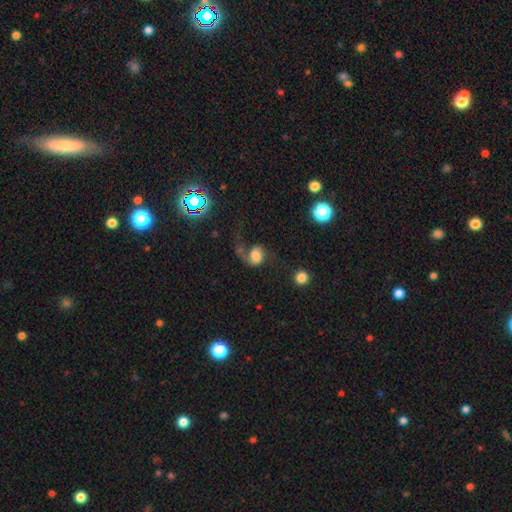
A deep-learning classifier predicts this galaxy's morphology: A smooth galaxy with no disk features (44%, tied with featured or disk).

Vote fractions:
- Smooth or featured? smooth: 44% (tied) / featured or disk: 44% (tied) / star or artifact: 11%
- Merging? major disturbance: 38% / none: 32% / minor disturbance: 17% / merger: 13%